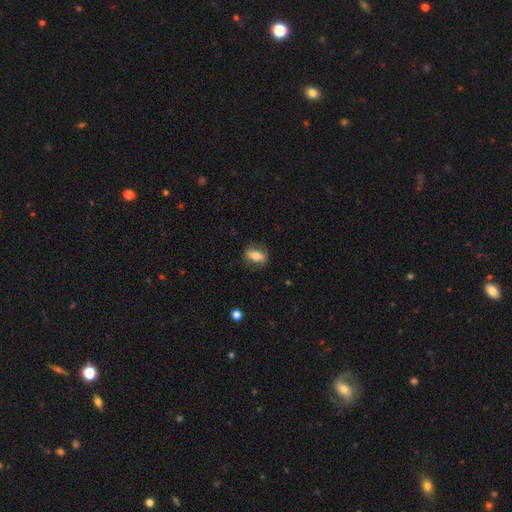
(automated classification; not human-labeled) Overall: smooth (60%; featured or disk 33%). How rounded: in between (74%). Merging: none (79%).